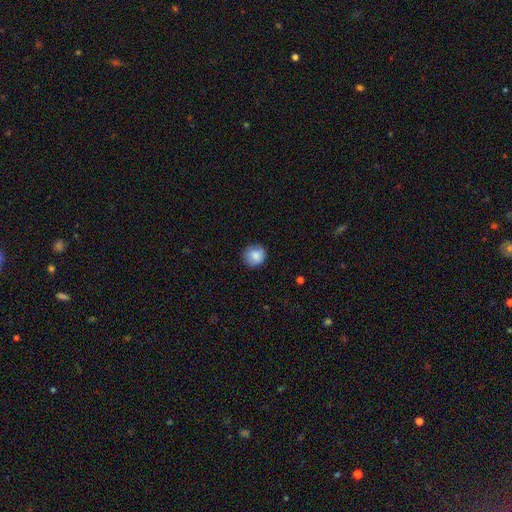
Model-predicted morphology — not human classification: Q: Smooth or featured?
A: smooth (85%); runner-up: star or artifact (8%)
Q: How rounded?
A: round (89%); runner-up: in between (10%)
Q: Merging?
A: none (82%); runner-up: minor disturbance (14%)